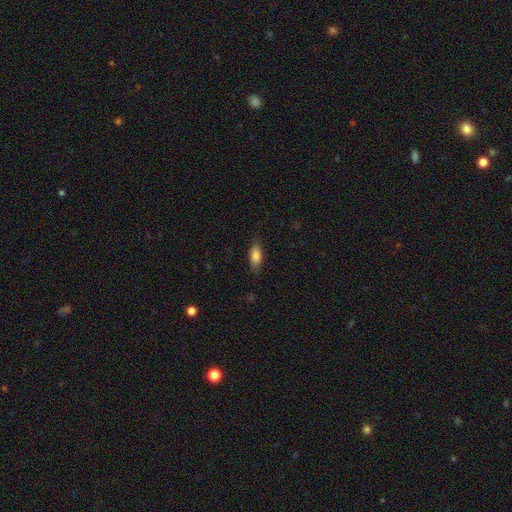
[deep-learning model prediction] This is clearly a smooth galaxy (83%). How rounded: clearly in between (82%). Merging: clearly none (80%).